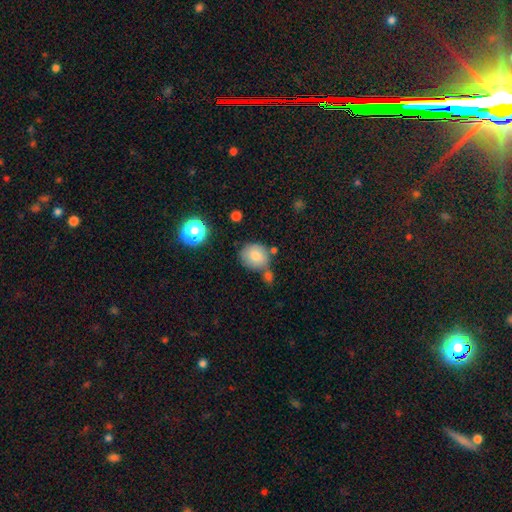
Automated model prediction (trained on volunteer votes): Smooth or featured? smooth (80%)
How rounded? round (78%)
Merging? none (62%)